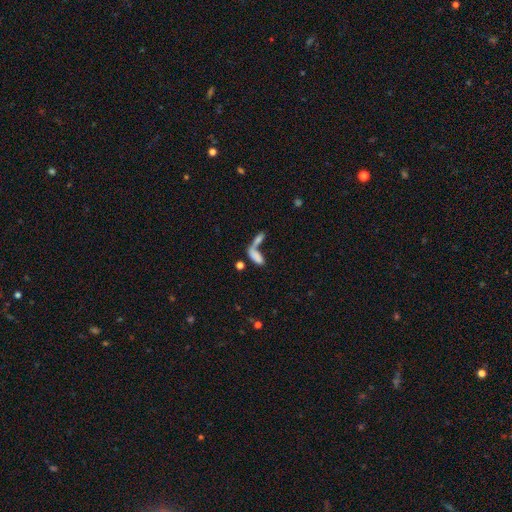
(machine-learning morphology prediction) smooth-or-featured: smooth: 73% | featured or disk: 17% | star or artifact: 10%
  how-rounded: in between: 63% | cigar-shaped: 33% | round: 4%
  merging: merger: 61% | none: 23% | major disturbance: 9% | minor disturbance: 7%